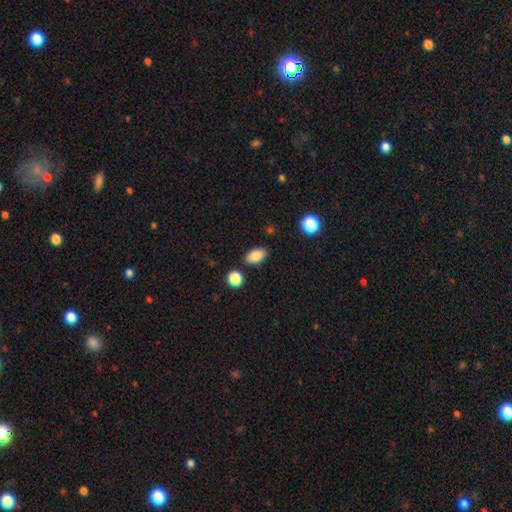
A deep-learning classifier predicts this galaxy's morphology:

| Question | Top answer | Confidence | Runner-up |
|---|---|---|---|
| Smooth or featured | smooth | 86% | star or artifact (9%) |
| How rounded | in between | 90% | round (7%) |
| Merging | none | 85% | minor disturbance (10%) |